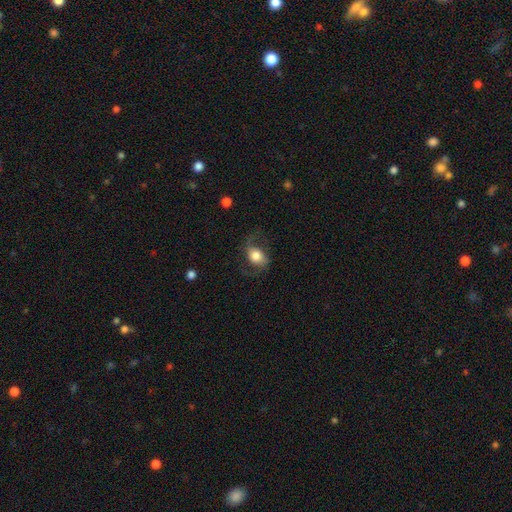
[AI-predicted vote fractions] The model was most divided on "smooth or featured": featured or disk: 50%, smooth: 42%, star or artifact: 8%. More confident: merging — none (63%).